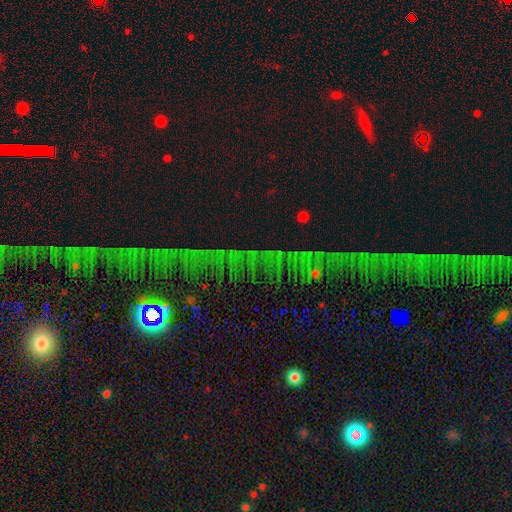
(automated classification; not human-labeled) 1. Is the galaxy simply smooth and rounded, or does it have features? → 77% star or artifact, 12% smooth, 11% featured or disk.